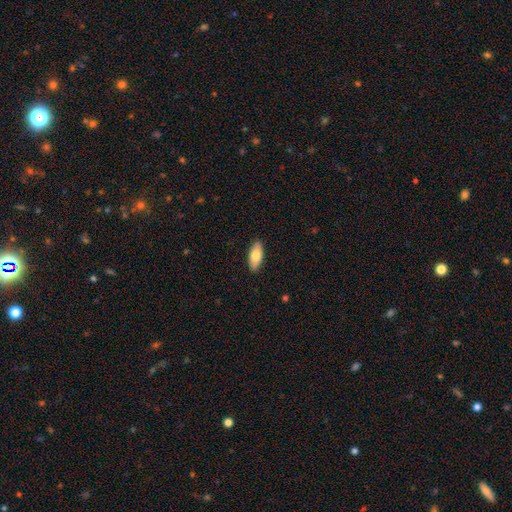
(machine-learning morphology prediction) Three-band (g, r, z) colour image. It shows a smooth galaxy with no disk features (78%) that is in between round and cigar-shaped (83%). Merging: none (89%).